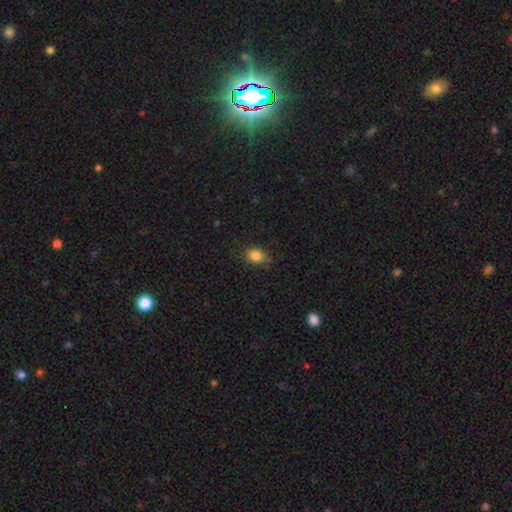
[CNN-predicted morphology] Smooth or featured? smooth (85%)
How rounded? in between (62%)
Merging? none (78%)